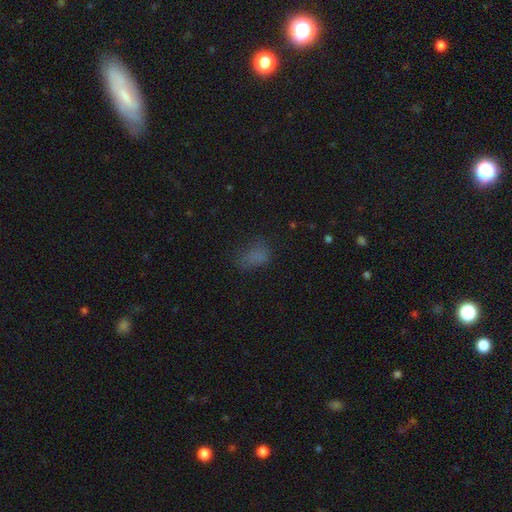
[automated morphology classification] smooth-or-featured: smooth: 71% | star or artifact: 20% | featured or disk: 10%
  how-rounded: in between: 81% | round: 16% | cigar-shaped: 3%
  merging: none: 54% | minor disturbance: 25% | major disturbance: 18% | merger: 3%